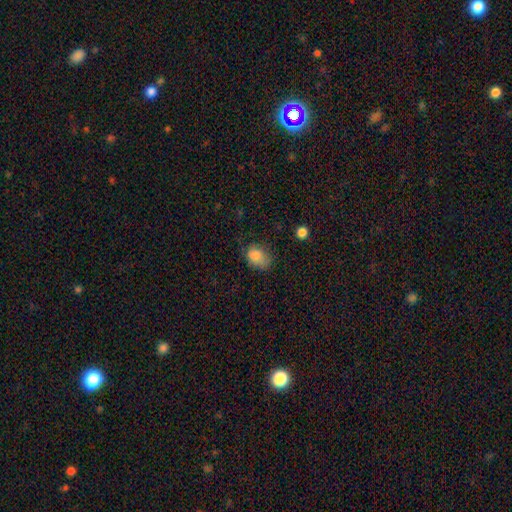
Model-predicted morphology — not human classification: Smooth or featured? Predicted: smooth (p=0.84). How rounded? Predicted: in between (p=0.66). Merging? Predicted: none (p=0.49).